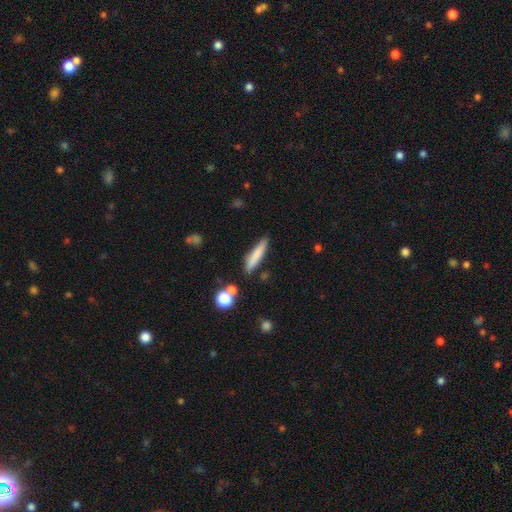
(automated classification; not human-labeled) Smooth or featured? Predicted: smooth (p=0.77). How rounded? Predicted: cigar-shaped (p=0.88). Merging? Predicted: none (p=0.82).